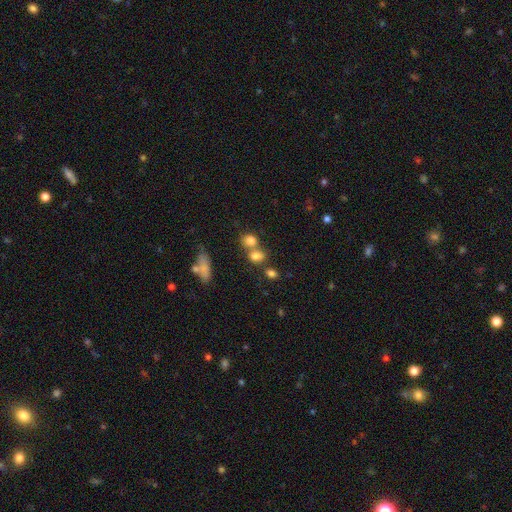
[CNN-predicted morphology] This appears to be a smooth galaxy with no disk features (77%) that is in between round and cigar-shaped (51%). Merging: merger (43%, tied with none).